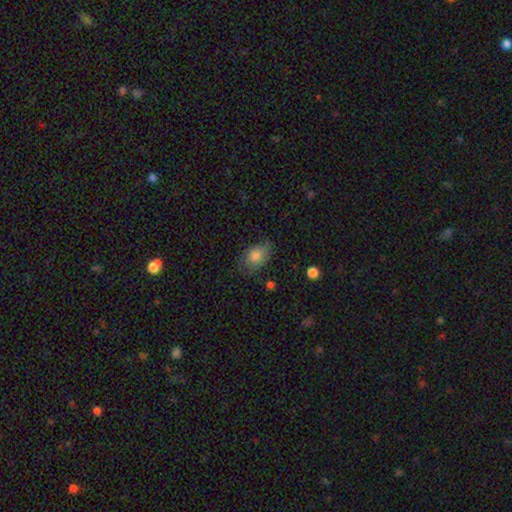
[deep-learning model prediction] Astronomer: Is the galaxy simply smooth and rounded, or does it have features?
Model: smooth — 78%.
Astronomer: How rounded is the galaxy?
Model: in between — 83%.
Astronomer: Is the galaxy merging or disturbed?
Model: none — 63%.